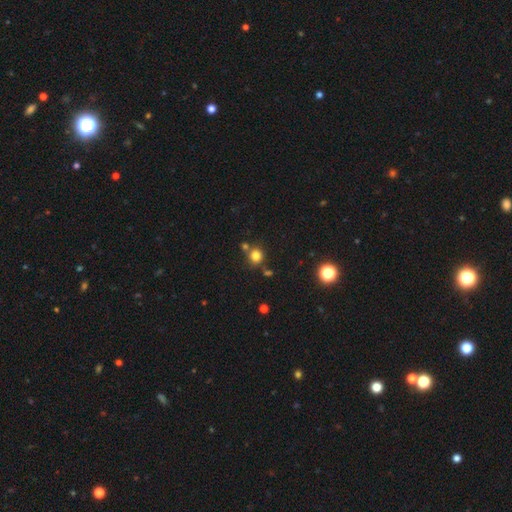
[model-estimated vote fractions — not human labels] This is likely a smooth galaxy (79%). How rounded: clearly round (86%). Merging: likely none (71%).